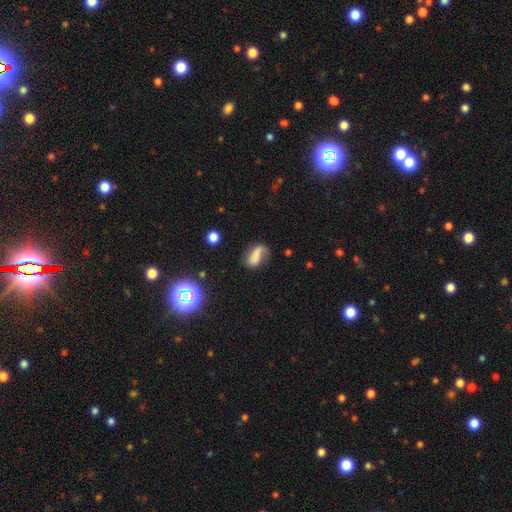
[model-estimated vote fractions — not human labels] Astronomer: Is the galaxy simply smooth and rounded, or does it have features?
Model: smooth — 59%.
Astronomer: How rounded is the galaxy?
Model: in between — 81%.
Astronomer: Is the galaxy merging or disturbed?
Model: none — 43% (runner-up: minor disturbance, 28%).